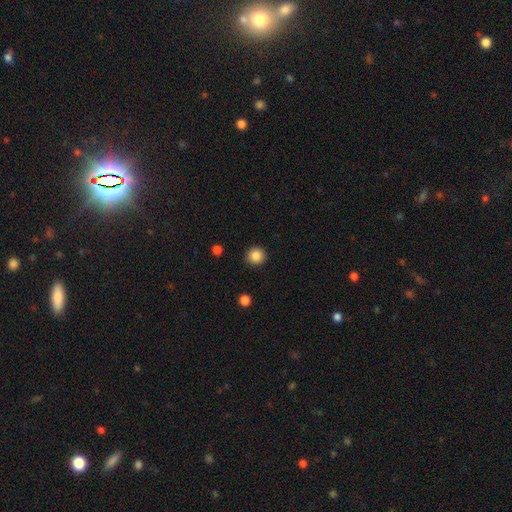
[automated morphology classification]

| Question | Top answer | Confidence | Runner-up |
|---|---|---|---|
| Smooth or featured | smooth | 86% | star or artifact (10%) |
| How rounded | round | 93% | in between (6%) |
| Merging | none | 92% | minor disturbance (5%) |